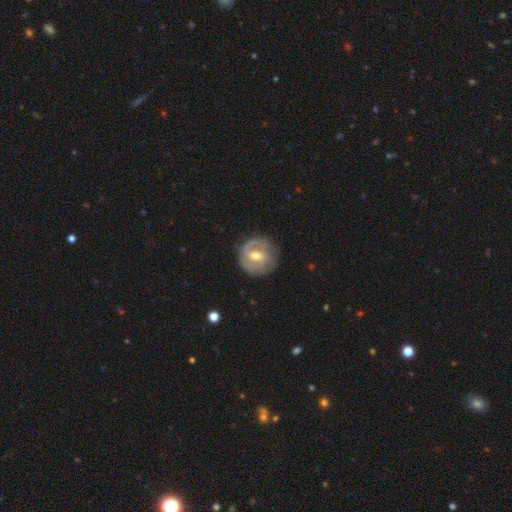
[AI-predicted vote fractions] featured or disk 72%, smooth 23%, star or artifact 5%. Down the decision tree: edge-on disk — no (97%); bar — weak (55%); spiral arms — yes (83%); spiral arm count — 2 (58%); spiral winding — tight (43%); bulge size — moderate (63%); merging — none (78%).